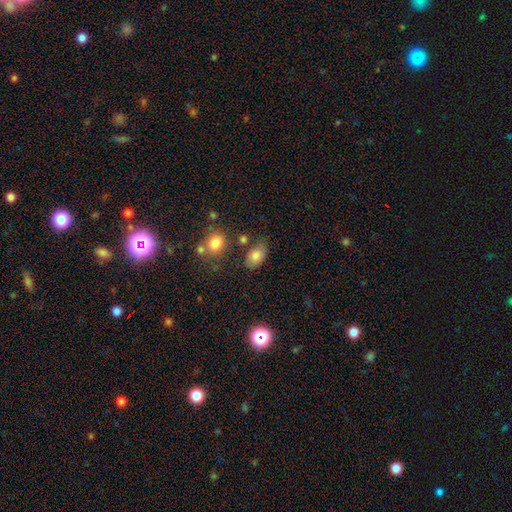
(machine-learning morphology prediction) Smooth or featured: smooth — 80% (featured or disk — 10%)
How rounded: in between — 86% (round — 12%)
Merging: none — 68% (minor disturbance — 19%)